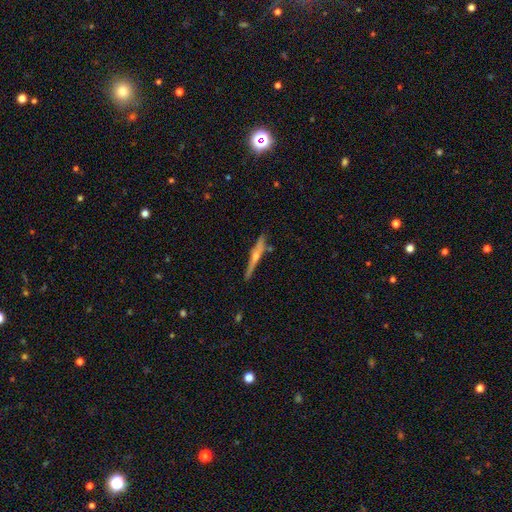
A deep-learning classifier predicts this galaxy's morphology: Q: Smooth or featured?
A: featured or disk (71%); runner-up: smooth (22%)
Q: Edge-on disk?
A: yes (97%); runner-up: no (3%)
Q: Edge-on bulge?
A: rounded (87%); runner-up: none (9%)
Q: Merging?
A: none (84%); runner-up: minor disturbance (11%)